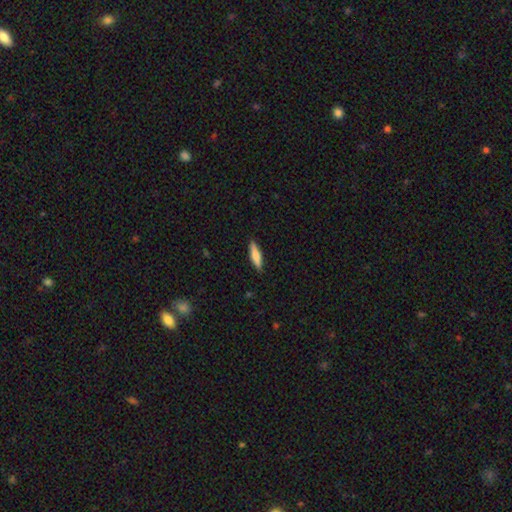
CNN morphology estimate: Smooth or featured?
  - smooth: 65% *
  - featured or disk: 29%
  - star or artifact: 6%
How rounded?
  - cigar-shaped: 72% *
  - in between: 26%
  - round: 2%
Merging?
  - none: 90% *
  - minor disturbance: 8%
  - major disturbance: 2%
  - merger: 1%